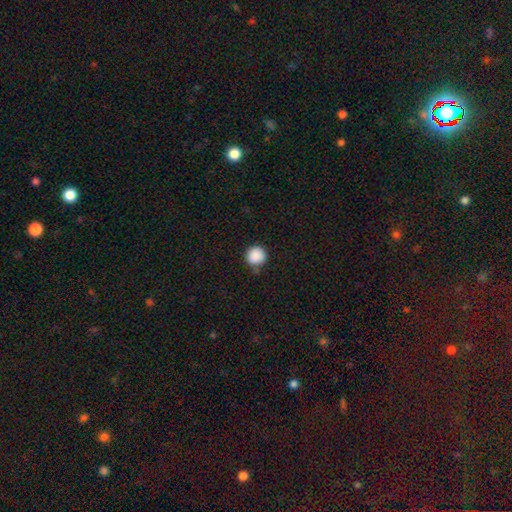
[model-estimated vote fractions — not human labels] A smooth galaxy with no disk features (89%) that is round (95%). Merging: none (82%).